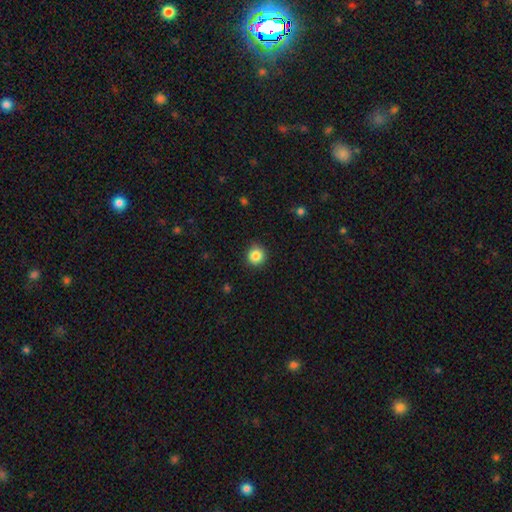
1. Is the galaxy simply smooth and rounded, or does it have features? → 92% smooth, 5% star or artifact, 3% featured or disk.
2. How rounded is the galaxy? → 97% round, 3% in between, 0% cigar-shaped.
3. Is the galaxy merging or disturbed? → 89% none, 8% minor disturbance, 3% major disturbance, 0% merger.